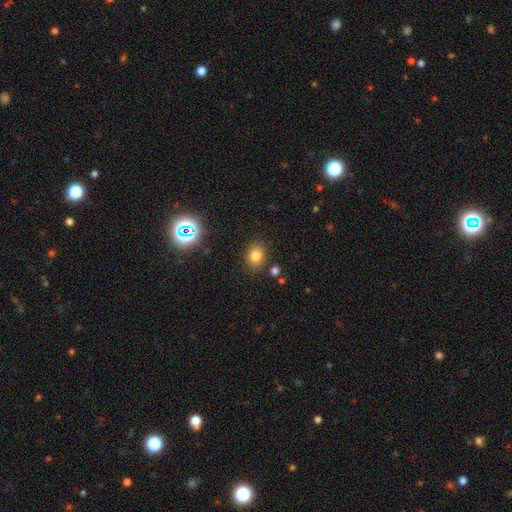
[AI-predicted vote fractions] smooth-or-featured: smooth: 76% | star or artifact: 16% | featured or disk: 7%
  how-rounded: round: 56% | in between: 43% | cigar-shaped: 1%
  merging: none: 83% | minor disturbance: 10% | merger: 4% | major disturbance: 3%